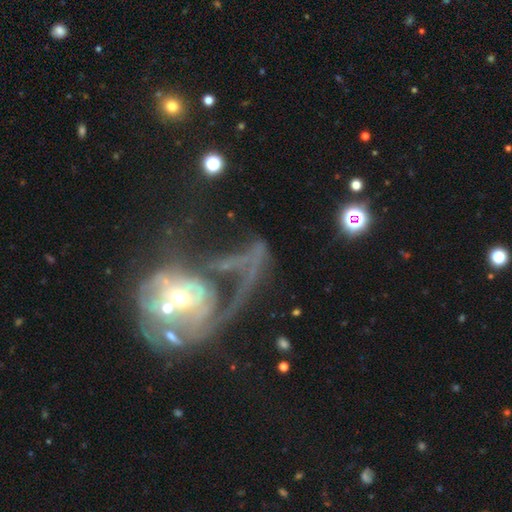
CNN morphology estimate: Smooth or featured?
  - featured or disk: 65% *
  - smooth: 20%
  - star or artifact: 15%
Edge-on disk?
  - no: 93% *
  - yes: 7%
Bar?
  - no: 66% *
  - weak: 21%
  - strong: 13%
Spiral arms?
  - yes: 56% *
  - no: 44%
Bulge size?
  - moderate: 57% *
  - small: 29%
  - large: 7%
  - none: 5%
  - dominant: 3%
Merging?
  - major disturbance: 44% *
  - merger: 29%
  - none: 18%
  - minor disturbance: 10%